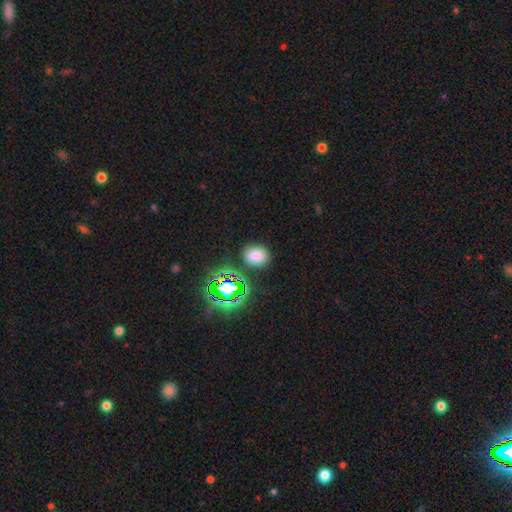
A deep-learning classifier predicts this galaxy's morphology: Overall: smooth (72%). How rounded: in between (57%; round 42%). Merging: none (79%).